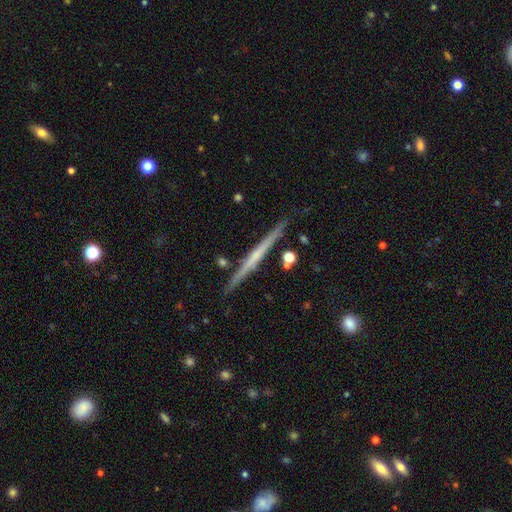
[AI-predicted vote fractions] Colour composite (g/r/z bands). It shows a featured or disk galaxy (67%) viewed edge-on (98%) with no central bulge (69%). Merging: none (88%).